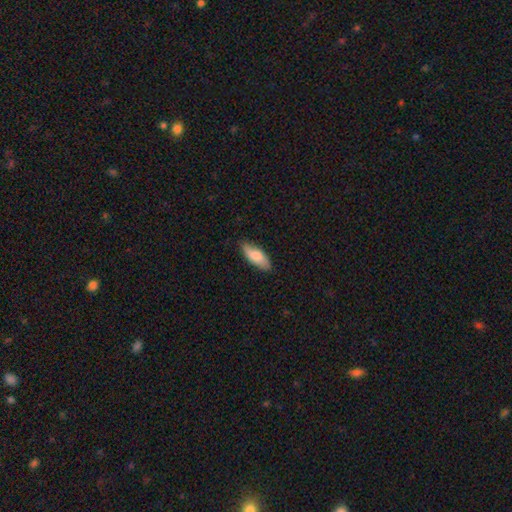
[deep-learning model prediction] A smooth galaxy with no disk features (79%) that is in between round and cigar-shaped (76%). Merging: none (82%).